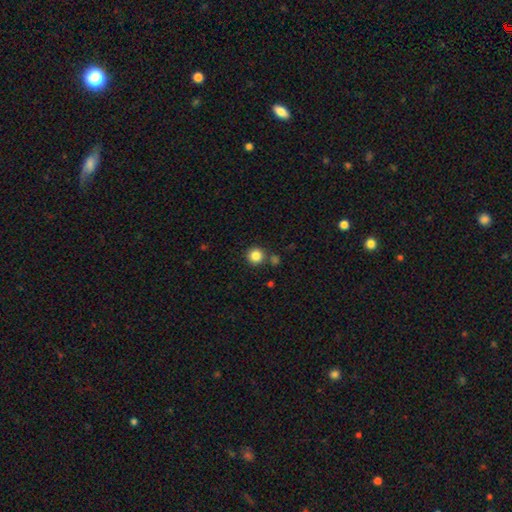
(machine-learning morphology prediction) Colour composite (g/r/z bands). It shows a smooth galaxy with no disk features (84%) that is round (94%). Merging: none (82%).